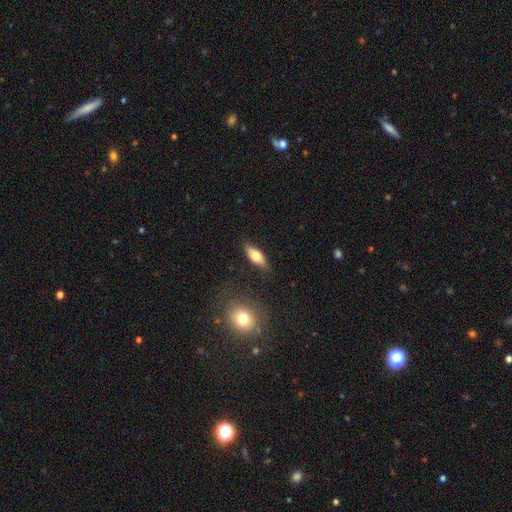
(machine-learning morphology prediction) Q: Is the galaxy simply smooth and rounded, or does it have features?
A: smooth — 63%.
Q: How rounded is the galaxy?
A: in between — 68%.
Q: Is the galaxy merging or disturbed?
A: none — 82%.